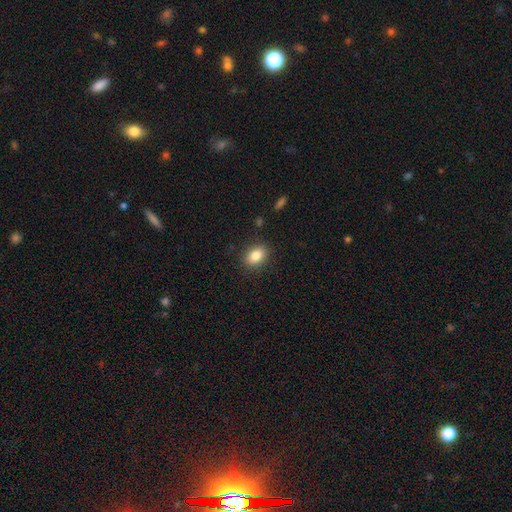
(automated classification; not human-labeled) A smooth galaxy with no disk features (85%) that is in between round and cigar-shaped (79%).

Vote fractions:
- Smooth or featured? smooth: 85% / star or artifact: 9% / featured or disk: 6%
- How rounded? in between: 79% / round: 19% / cigar-shaped: 2%
- Merging? none: 87% / minor disturbance: 9% / major disturbance: 3% / merger: 1%